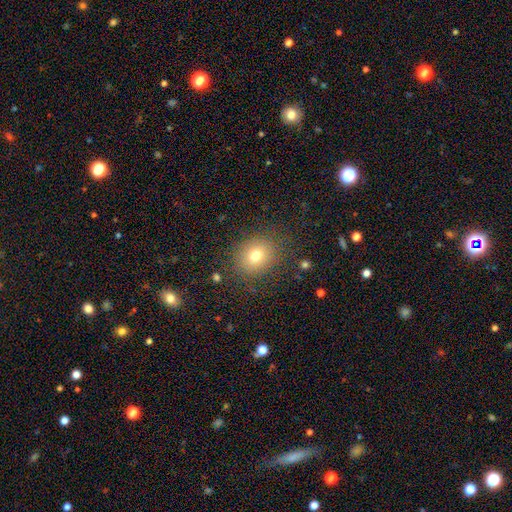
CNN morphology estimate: Smooth or featured? smooth (74%)
How rounded? round (62%)
Merging? none (82%)